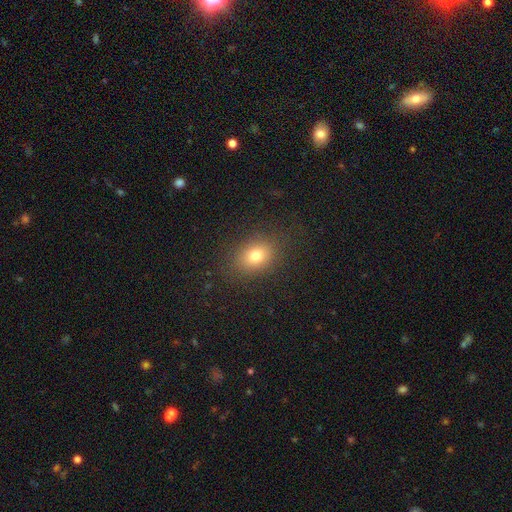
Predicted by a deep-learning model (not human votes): Morphology: type=smooth (77%); roundness=in between (67%); merging=none (85%).